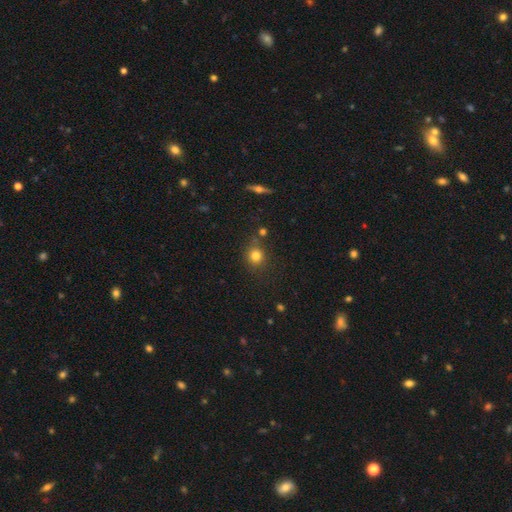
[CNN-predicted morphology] Smooth or featured: smooth — 79% (star or artifact — 14%)
How rounded: round — 87% (in between — 12%)
Merging: none — 76% (minor disturbance — 12%)